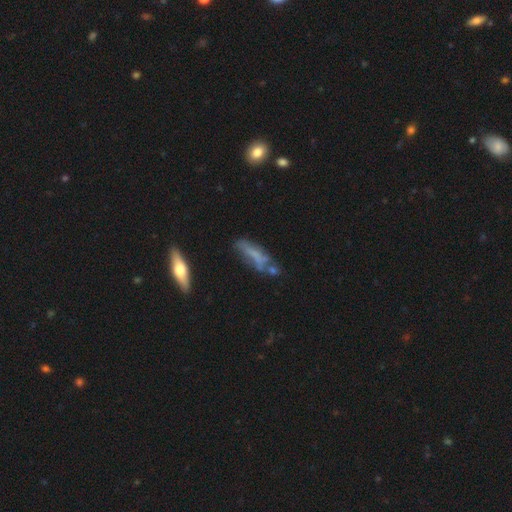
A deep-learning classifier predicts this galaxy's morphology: This appears to be a smooth galaxy with no disk features (46%). Merging: none (46%).